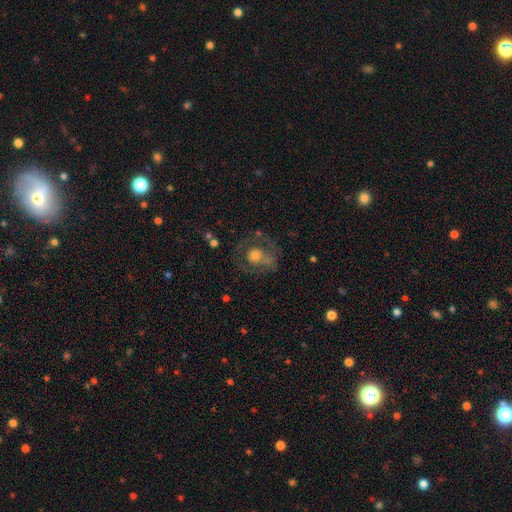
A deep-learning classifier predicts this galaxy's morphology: Q: Smooth or featured?
A: featured or disk (51%); runner-up: smooth (37%)
Q: Edge-on disk?
A: no (96%); runner-up: yes (4%)
Q: Merging?
A: none (58%); runner-up: major disturbance (21%)